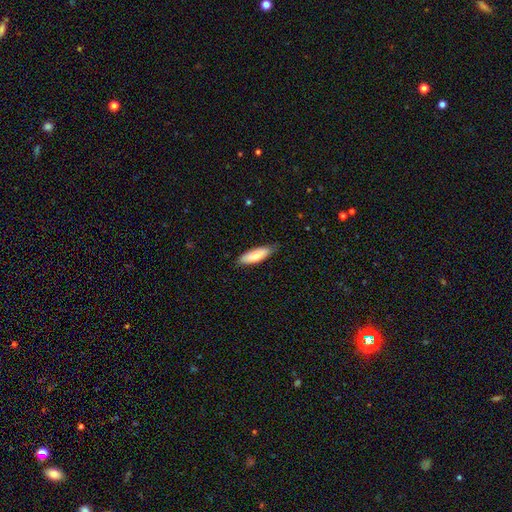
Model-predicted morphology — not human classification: Smooth or featured? Predicted: smooth (p=0.74). How rounded? Predicted: in between (p=0.55). Merging? Predicted: none (p=0.80).